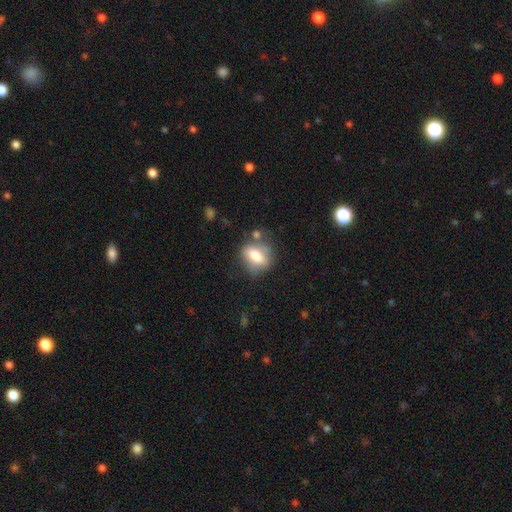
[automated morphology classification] A smooth galaxy with no disk features (68%) that is in between round and cigar-shaped (65%). Merging: none (64%).